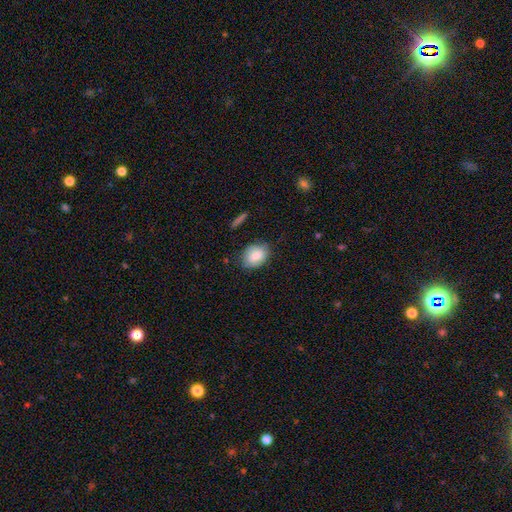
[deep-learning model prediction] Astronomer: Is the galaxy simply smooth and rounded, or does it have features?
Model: smooth — 85%.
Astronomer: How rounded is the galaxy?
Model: in between — 71%.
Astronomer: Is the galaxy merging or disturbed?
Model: none — 76%.